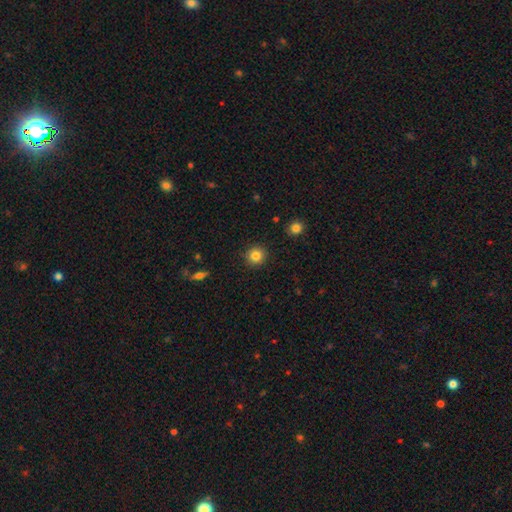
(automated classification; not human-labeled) A smooth galaxy with no disk features (84%) that is round (93%). Merging: none (91%).